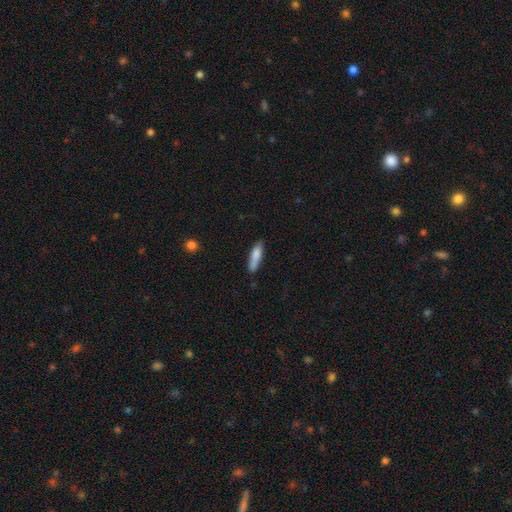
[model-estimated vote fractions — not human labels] smooth 80%, featured or disk 14%, star or artifact 6%. Down the decision tree: how rounded — cigar-shaped (72%); merging — none (71%).